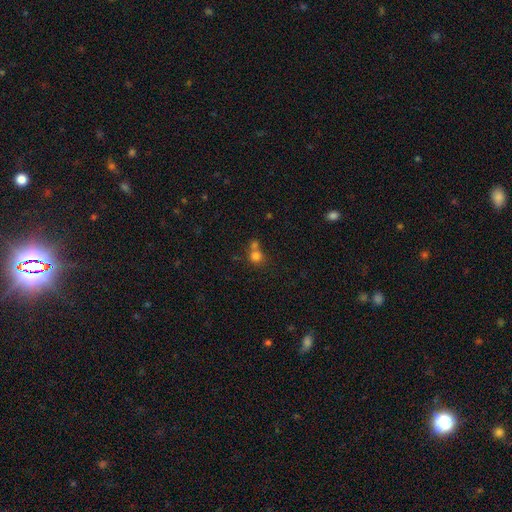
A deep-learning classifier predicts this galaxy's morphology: A smooth galaxy with no disk features (78%) that is round (85%).

Vote fractions:
- Smooth or featured? smooth: 78% / star or artifact: 14% / featured or disk: 9%
- How rounded? round: 85% / in between: 14% / cigar-shaped: 1%
- Merging? none: 46% / merger: 43% / minor disturbance: 8% / major disturbance: 4%